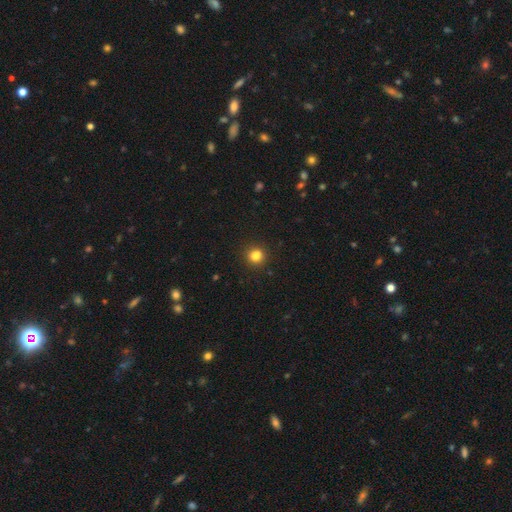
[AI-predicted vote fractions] Q: Smooth or featured?
A: smooth (82%); runner-up: star or artifact (13%)
Q: How rounded?
A: round (84%); runner-up: in between (15%)
Q: Merging?
A: none (89%); runner-up: minor disturbance (7%)